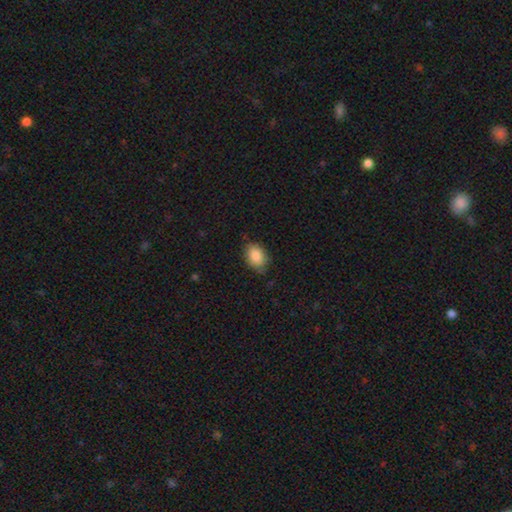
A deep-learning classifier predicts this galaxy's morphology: Smooth or featured?
  - smooth: 87% *
  - star or artifact: 7%
  - featured or disk: 6%
How rounded?
  - in between: 78% *
  - round: 21%
  - cigar-shaped: 1%
Merging?
  - none: 78% *
  - minor disturbance: 18%
  - major disturbance: 3%
  - merger: 1%